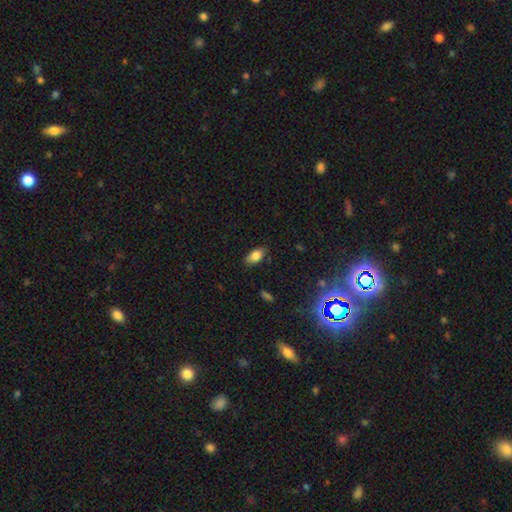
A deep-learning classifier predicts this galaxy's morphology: The model was most divided on "merging": none: 80%, minor disturbance: 16%, major disturbance: 3%, merger: 1%. More confident: how rounded — in between (90%); smooth or featured — smooth (81%).